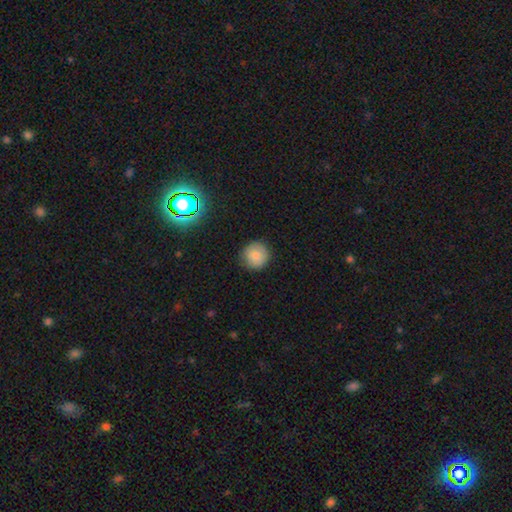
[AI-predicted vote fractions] A smooth galaxy with no disk features (82%) that is round (93%). Merging: none (85%).